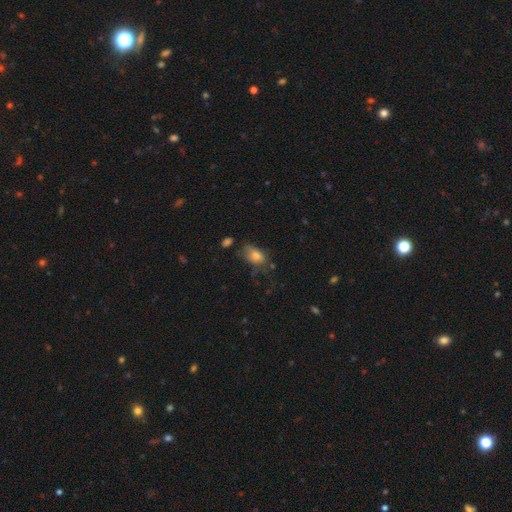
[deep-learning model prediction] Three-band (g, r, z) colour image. It shows a smooth galaxy with no disk features (75%) that is in between round and cigar-shaped (84%). Merging: none (44%).